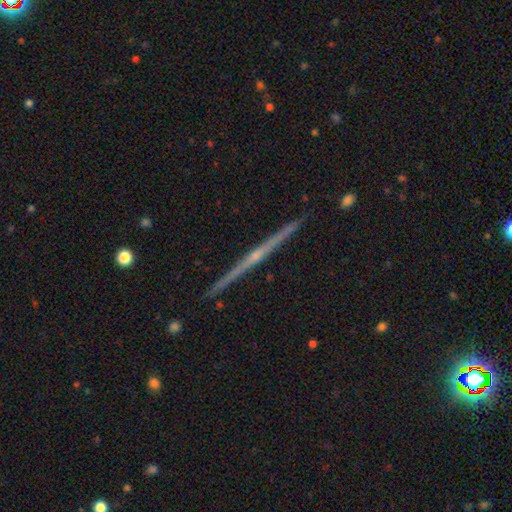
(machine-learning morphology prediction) A featured or disk galaxy (83%) viewed edge-on (99%) with a rounded central bulge (68%). Merging: none (92%).